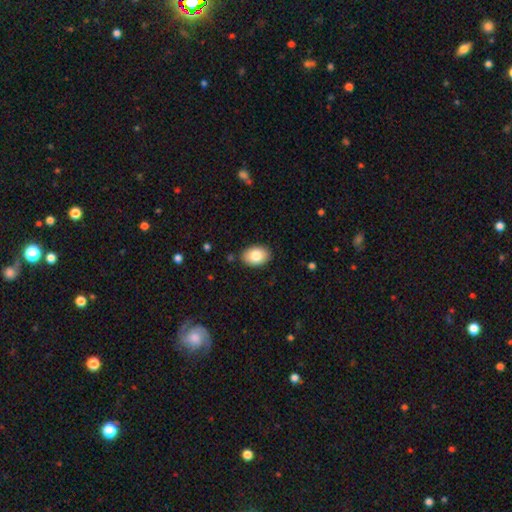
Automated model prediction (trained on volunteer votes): Smooth or featured? smooth (82%)
How rounded? in between (83%)
Merging? none (87%)